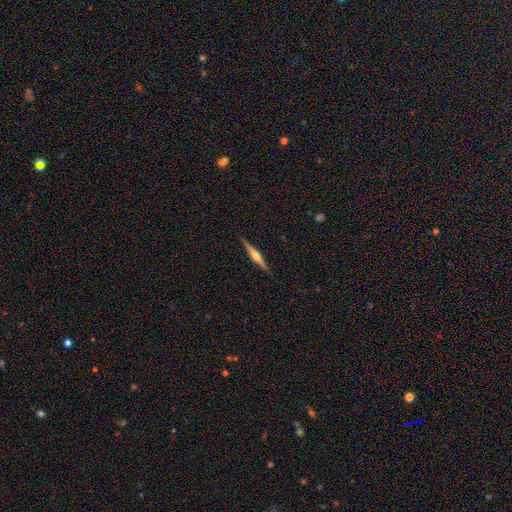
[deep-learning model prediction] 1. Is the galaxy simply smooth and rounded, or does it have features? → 77% featured or disk, 18% smooth, 6% star or artifact.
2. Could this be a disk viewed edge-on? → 98% yes, 2% no.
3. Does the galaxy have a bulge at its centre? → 87% rounded, 7% boxy, 6% none.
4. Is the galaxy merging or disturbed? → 91% none, 7% minor disturbance, 1% major disturbance, 1% merger.